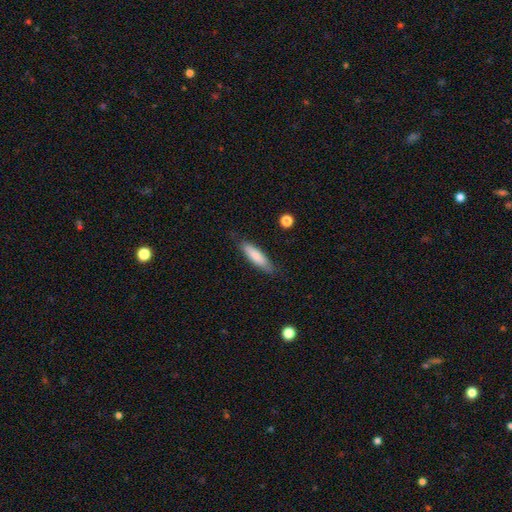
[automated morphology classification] Smooth or featured? Predicted: smooth (p=0.80). How rounded? Predicted: cigar-shaped (p=0.66). Merging? Predicted: none (p=0.80).